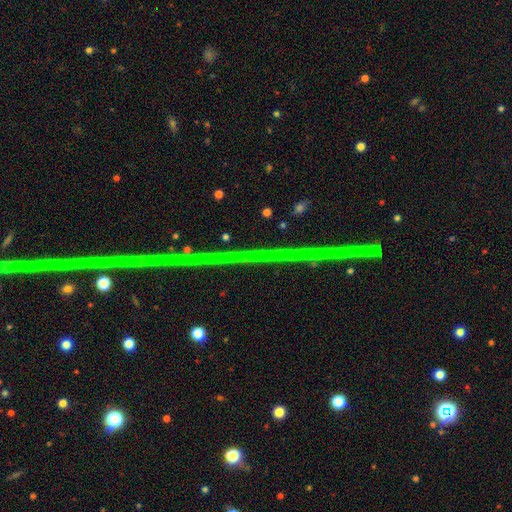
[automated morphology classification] A star or artifact, not a galaxy (85%).

Vote fractions:
- Smooth or featured? star or artifact: 85% / featured or disk: 10% / smooth: 5%